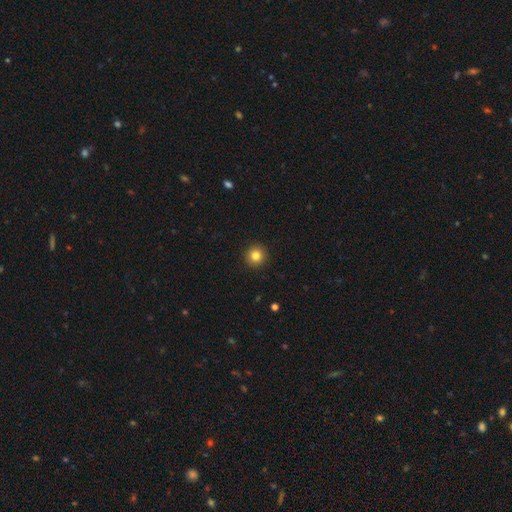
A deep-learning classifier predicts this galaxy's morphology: Overall: smooth (83%). How rounded: round (95%). Merging: none (93%).